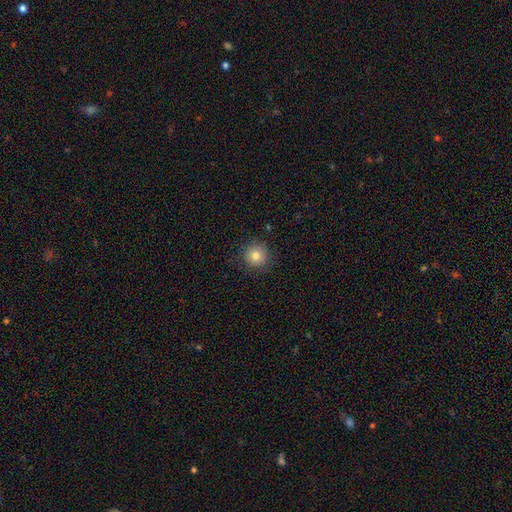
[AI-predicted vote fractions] Smooth or featured? Predicted: smooth (p=0.81). How rounded? Predicted: round (p=0.94). Merging? Predicted: none (p=0.88).